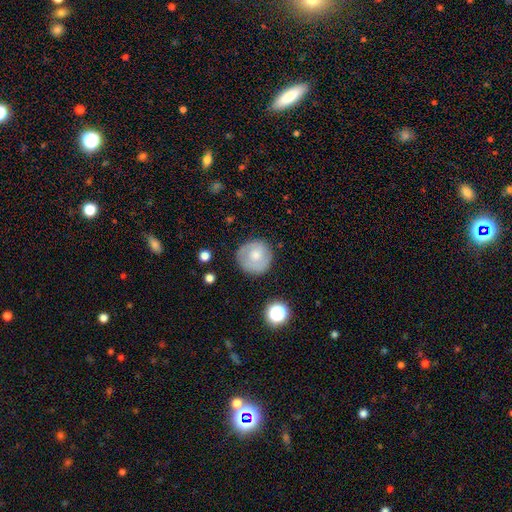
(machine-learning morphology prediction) smooth_or_featured: featured or disk (p=0.44) [tied with: smooth p=0.44]
merging: none (p=0.82) [alt: minor disturbance p=0.13]